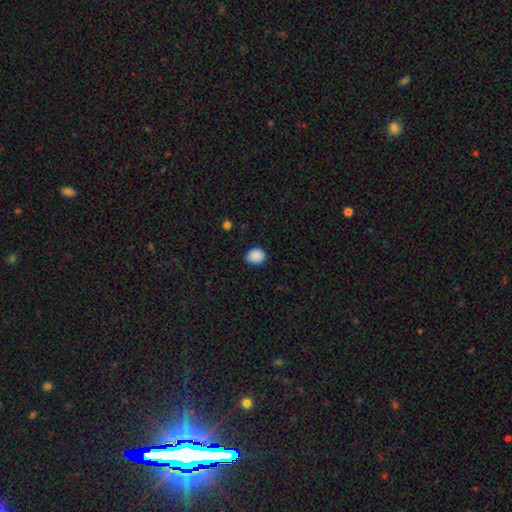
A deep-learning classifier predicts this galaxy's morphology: Smooth or featured: smooth — 89% (star or artifact — 9%)
How rounded: round — 63% (in between — 36%)
Merging: none — 84% (minor disturbance — 13%)